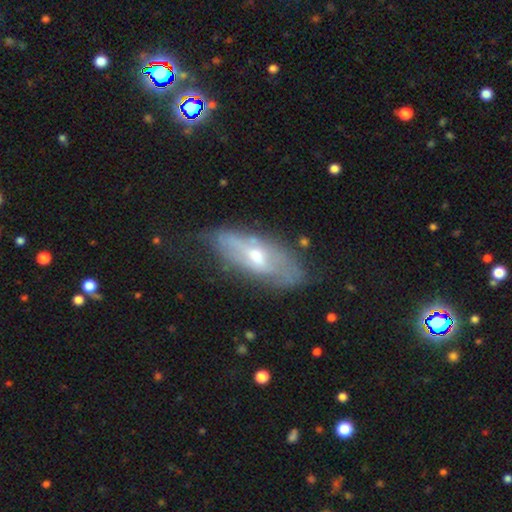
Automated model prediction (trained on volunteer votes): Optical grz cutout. It shows a featured or disk galaxy (59%). Merging: none (53%).